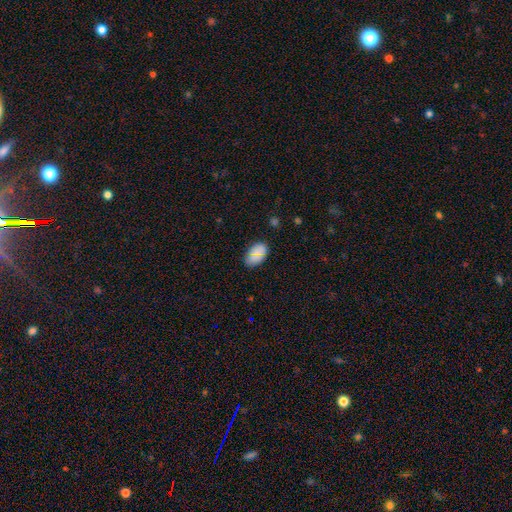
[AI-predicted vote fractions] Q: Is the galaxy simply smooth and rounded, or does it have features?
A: smooth — 78%.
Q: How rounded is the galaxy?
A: in between — 92%.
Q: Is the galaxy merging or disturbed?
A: none — 85%.